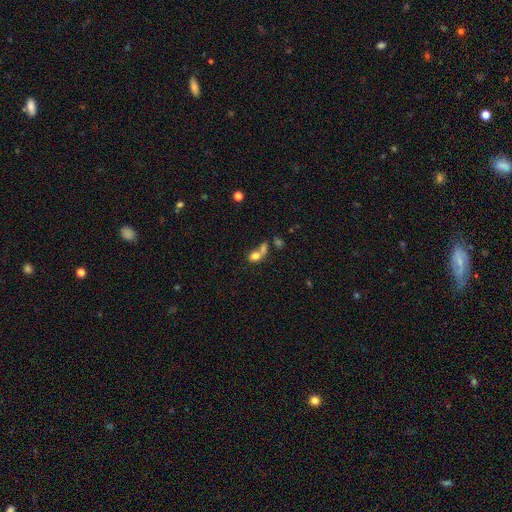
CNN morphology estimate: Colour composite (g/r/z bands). It shows a smooth galaxy with no disk features (74%) that is in between round and cigar-shaped (62%). Merging: merger (57%).